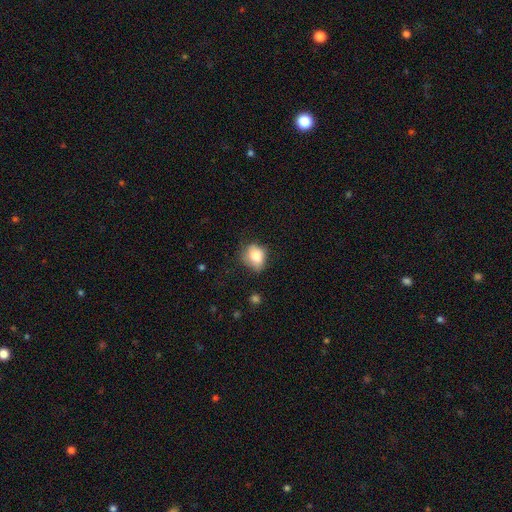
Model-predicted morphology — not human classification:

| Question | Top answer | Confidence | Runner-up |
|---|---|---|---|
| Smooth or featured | smooth | 80% | featured or disk (11%) |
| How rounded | round | 55% | in between (44%) |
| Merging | none | 51% | minor disturbance (34%) |